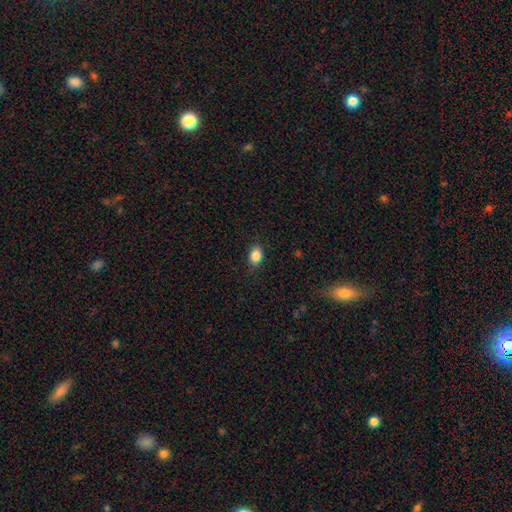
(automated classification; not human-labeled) smooth 87%, star or artifact 9%, featured or disk 4%. Down the decision tree: how rounded — in between (76%); merging — none (85%).